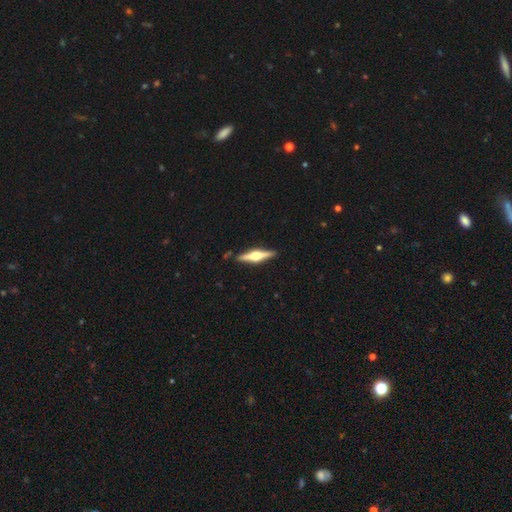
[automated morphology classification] smooth_or_featured: featured or disk (p=0.78) [alt: smooth p=0.17]
disk_edge_on: yes (p=0.98) [alt: no p=0.02]
edge_on_bulge: rounded (p=0.93) [alt: boxy p=0.05]
merging: none (p=0.90) [alt: minor disturbance p=0.07]